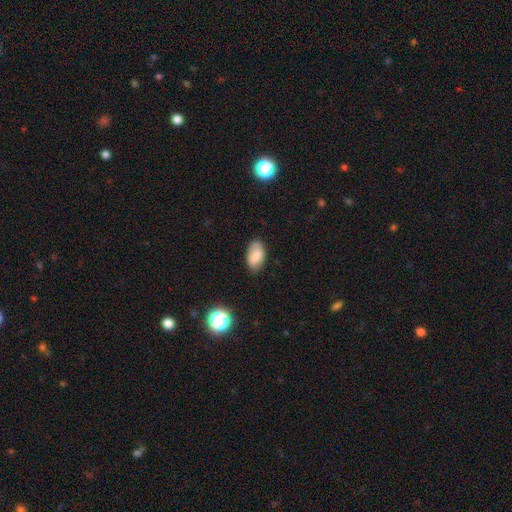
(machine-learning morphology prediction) This is clearly a smooth galaxy (81%). How rounded: clearly in between (94%). Merging: likely none (80%).